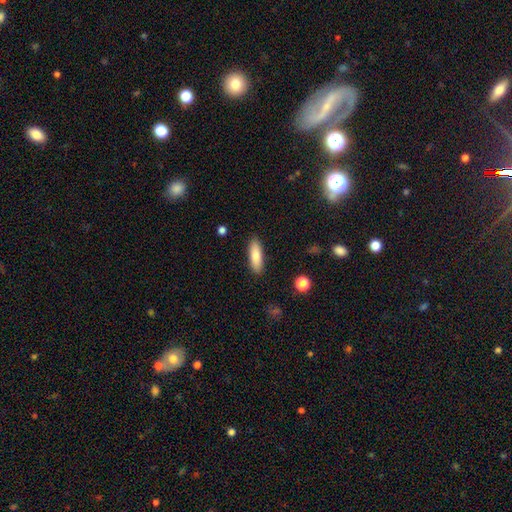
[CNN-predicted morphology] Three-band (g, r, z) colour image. It shows a smooth galaxy with no disk features (81%) that is in between round and cigar-shaped (55%). Merging: none (89%).